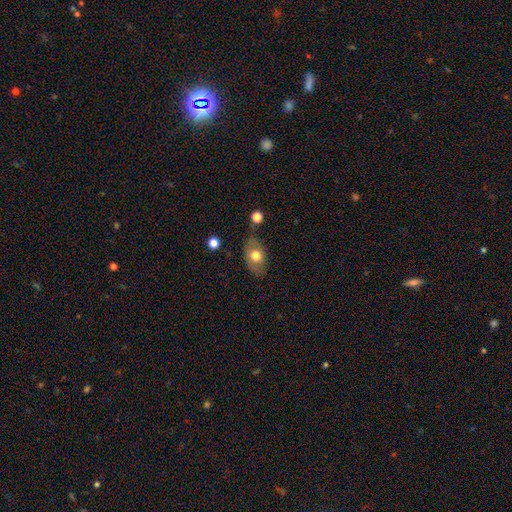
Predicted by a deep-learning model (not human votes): Q: Smooth or featured?
A: smooth (64%); runner-up: featured or disk (28%)
Q: How rounded?
A: in between (82%); runner-up: round (17%)
Q: Merging?
A: none (67%); runner-up: minor disturbance (22%)